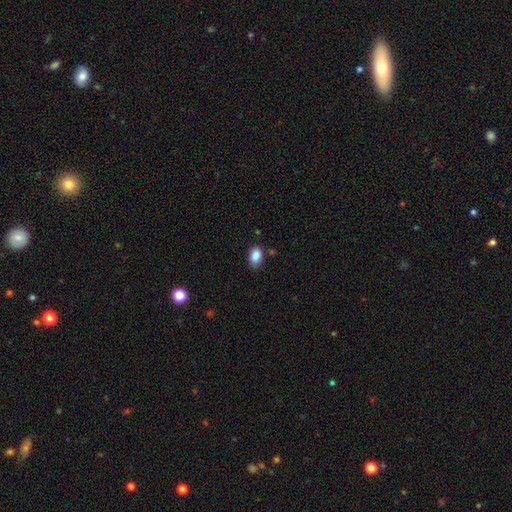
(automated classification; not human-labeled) A smooth galaxy with no disk features (87%) that is in between round and cigar-shaped (84%). Merging: none (74%).